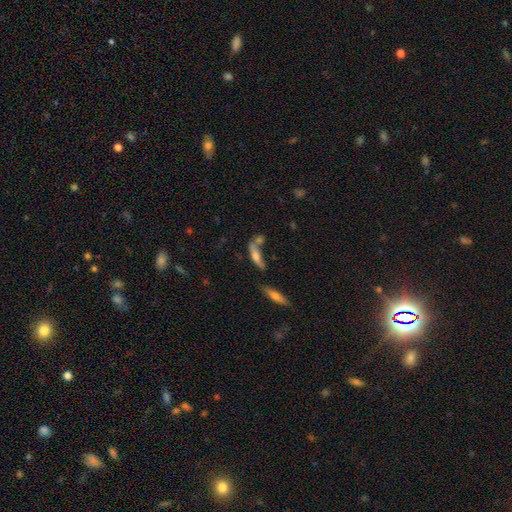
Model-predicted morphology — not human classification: Smooth or featured: smooth — 55% (featured or disk — 36%)
How rounded: cigar-shaped — 70% (in between — 27%)
Merging: none — 43% (merger — 31%)